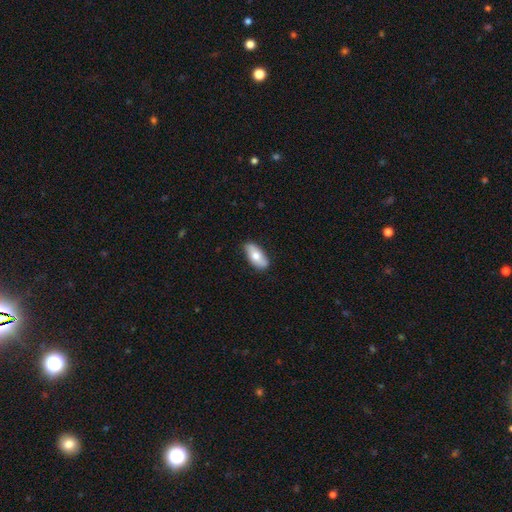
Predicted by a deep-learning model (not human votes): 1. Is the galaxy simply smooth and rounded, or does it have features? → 68% smooth, 26% featured or disk, 6% star or artifact.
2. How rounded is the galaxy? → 89% in between, 8% cigar-shaped, 3% round.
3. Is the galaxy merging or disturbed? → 82% none, 15% minor disturbance, 2% major disturbance, 1% merger.